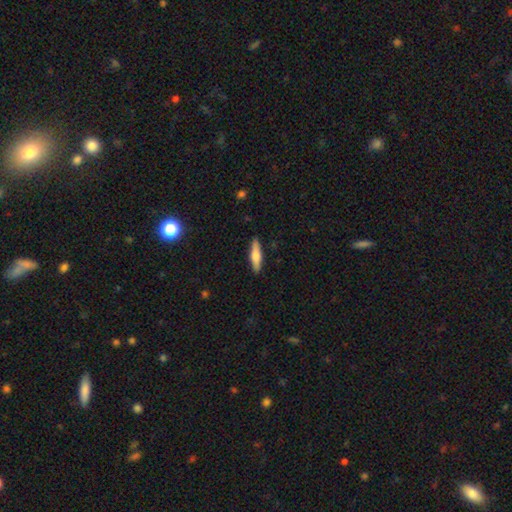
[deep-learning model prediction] smooth-or-featured: smooth: 59% | featured or disk: 36% | star or artifact: 6%
  how-rounded: cigar-shaped: 74% | in between: 25% | round: 2%
  merging: none: 89% | minor disturbance: 8% | major disturbance: 2% | merger: 1%